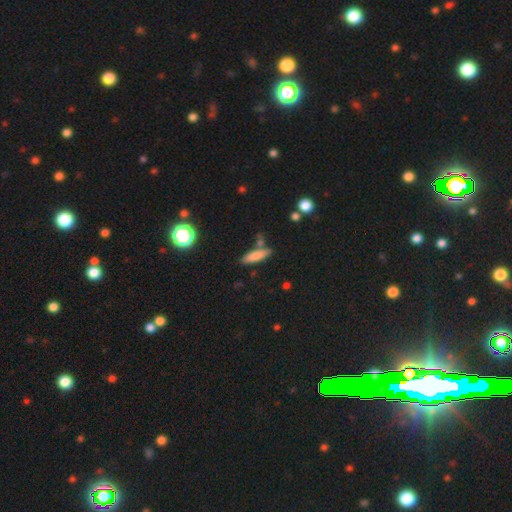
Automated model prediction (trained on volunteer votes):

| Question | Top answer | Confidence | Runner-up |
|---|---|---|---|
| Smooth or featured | smooth | 79% | featured or disk (13%) |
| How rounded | cigar-shaped | 63% | in between (35%) |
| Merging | none | 73% | minor disturbance (14%) |